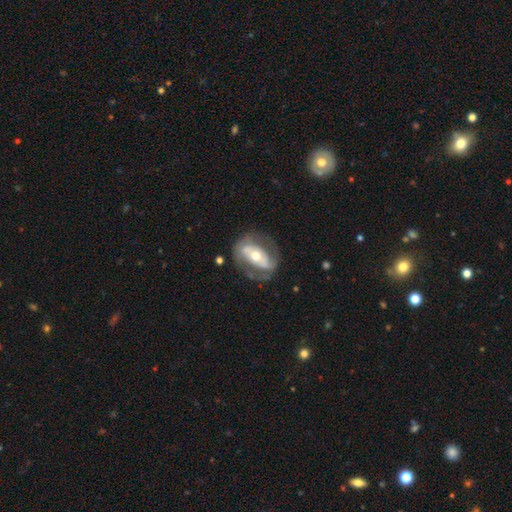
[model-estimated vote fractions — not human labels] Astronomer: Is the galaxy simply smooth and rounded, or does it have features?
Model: featured or disk — 68%.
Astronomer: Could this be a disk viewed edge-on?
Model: no — 91%.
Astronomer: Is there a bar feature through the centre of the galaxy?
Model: no — 39%, tied with strong at 39%.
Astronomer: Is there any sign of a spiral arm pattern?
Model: no — 52% (runner-up: yes, 48%).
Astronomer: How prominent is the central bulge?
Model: moderate — 66%.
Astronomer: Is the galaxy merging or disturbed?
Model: none — 67%.